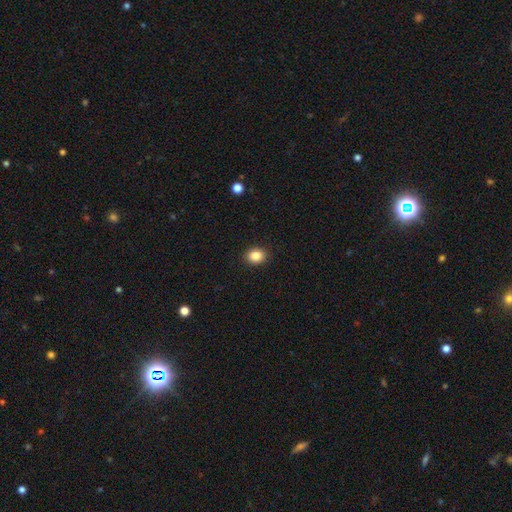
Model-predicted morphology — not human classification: Smooth or featured: smooth — 86% (star or artifact — 9%)
How rounded: round — 52% (in between — 47%)
Merging: none — 91% (minor disturbance — 7%)